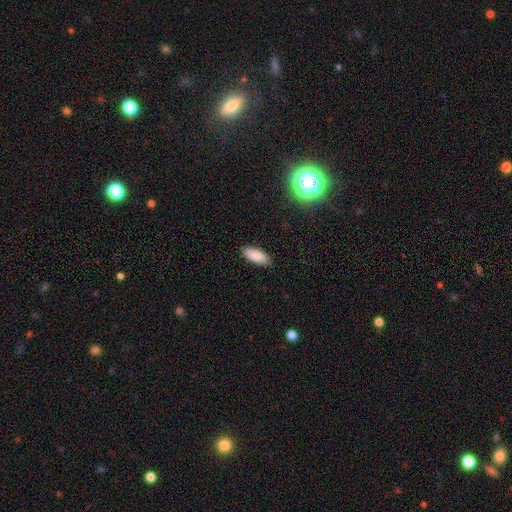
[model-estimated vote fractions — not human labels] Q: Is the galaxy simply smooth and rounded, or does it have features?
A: smooth — 88%.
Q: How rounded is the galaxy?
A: in between — 77%.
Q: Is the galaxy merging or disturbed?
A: none — 87%.